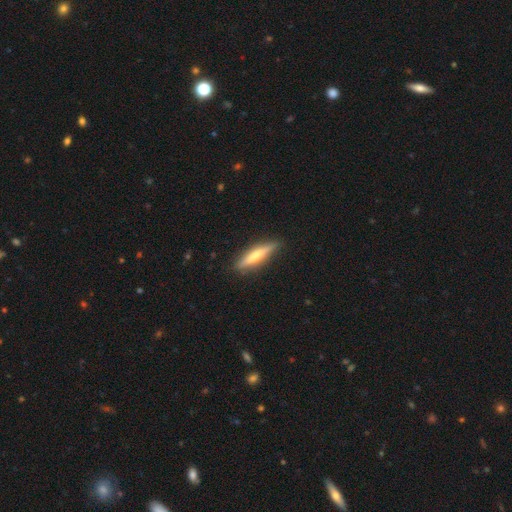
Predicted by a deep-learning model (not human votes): A smooth galaxy with no disk features (52%) that is cigar-shaped (86%).

Vote fractions:
- Smooth or featured? smooth: 52% / featured or disk: 42% / star or artifact: 6%
- How rounded? cigar-shaped: 86% / in between: 12% / round: 1%
- Merging? none: 88% / minor disturbance: 9% / major disturbance: 2% / merger: 1%